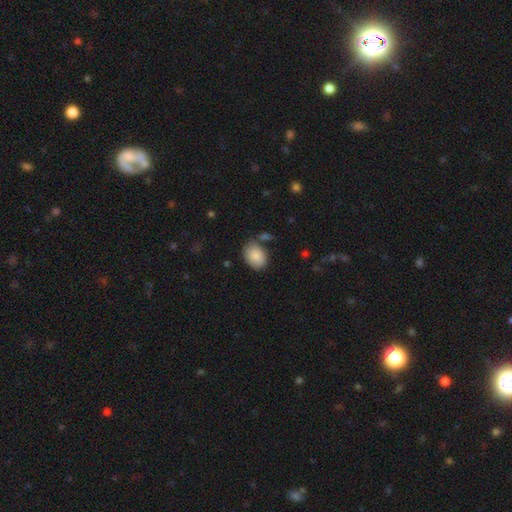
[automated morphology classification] A smooth galaxy with no disk features (88%) that is in between round and cigar-shaped (82%). Merging: none (72%).